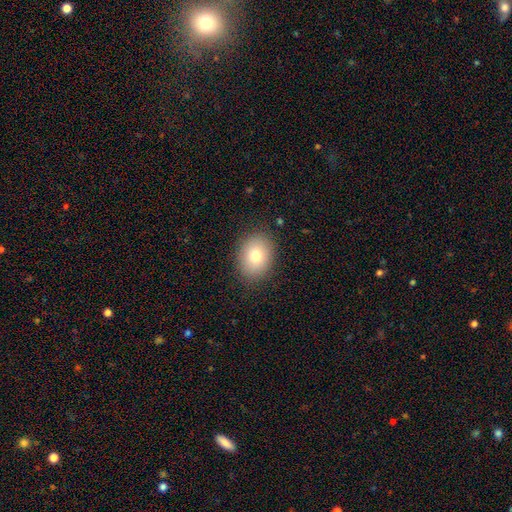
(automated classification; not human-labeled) Smooth or featured? smooth (80%)
How rounded? in between (64%)
Merging? none (87%)